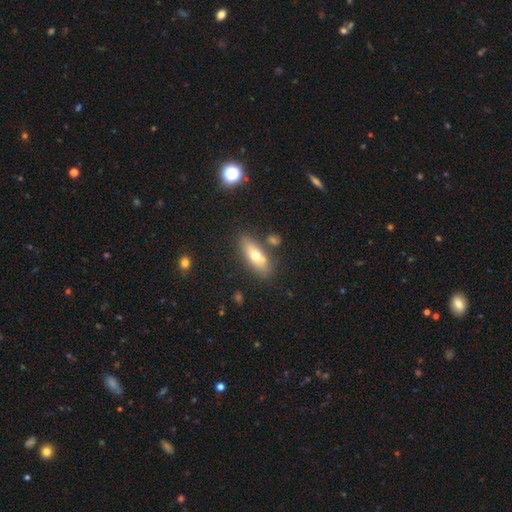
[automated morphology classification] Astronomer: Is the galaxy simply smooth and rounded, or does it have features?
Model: smooth — 62%.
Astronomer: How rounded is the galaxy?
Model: in between — 64%.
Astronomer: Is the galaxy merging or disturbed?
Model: none — 75%.